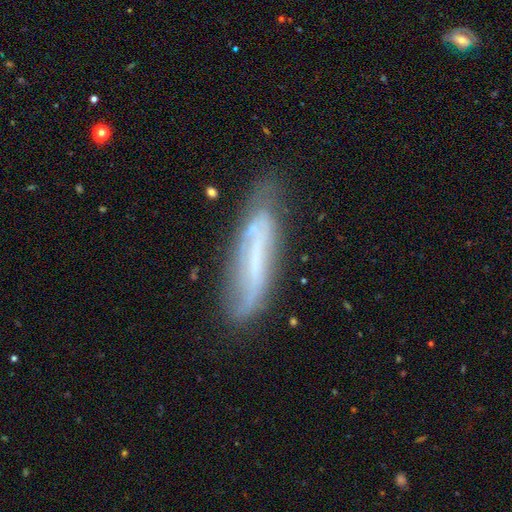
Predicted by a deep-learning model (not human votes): Smooth or featured: featured or disk — 59% (smooth — 32%)
Edge-on disk: no — 57% (yes — 43%)
Merging: none — 61% (minor disturbance — 26%)